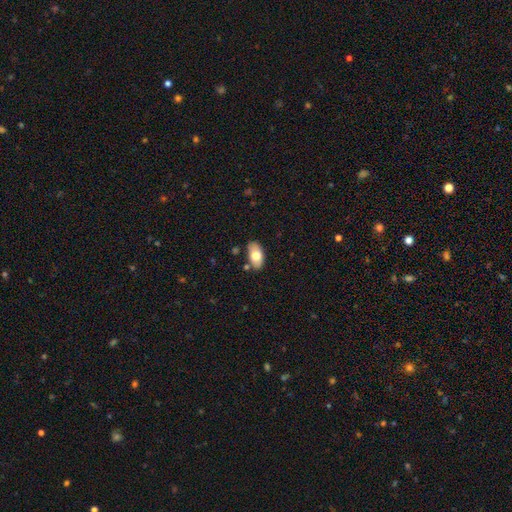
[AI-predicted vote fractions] This is likely a smooth galaxy (72%). How rounded: clearly in between (94%). Merging: likely none (79%).